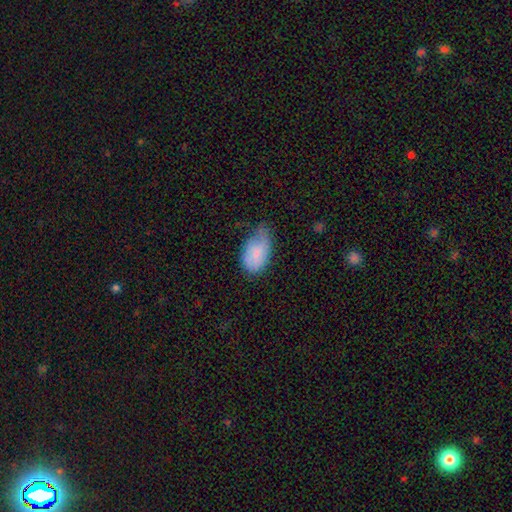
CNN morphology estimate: smooth 80%, featured or disk 14%, star or artifact 6%. Down the decision tree: how rounded — in between (93%); merging — minor disturbance (48%).